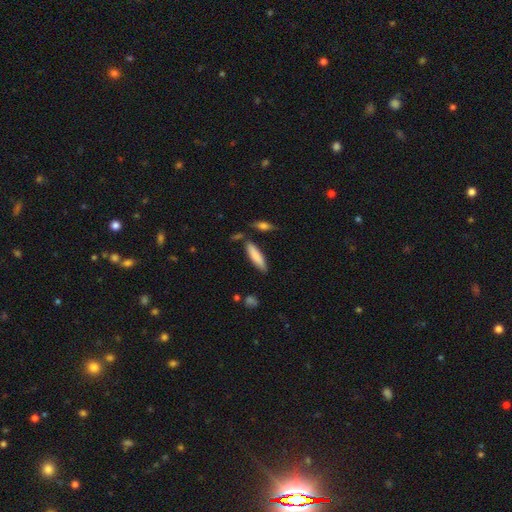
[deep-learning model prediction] Morphology: type=smooth (81%); roundness=cigar-shaped (73%); merging=none (79%).